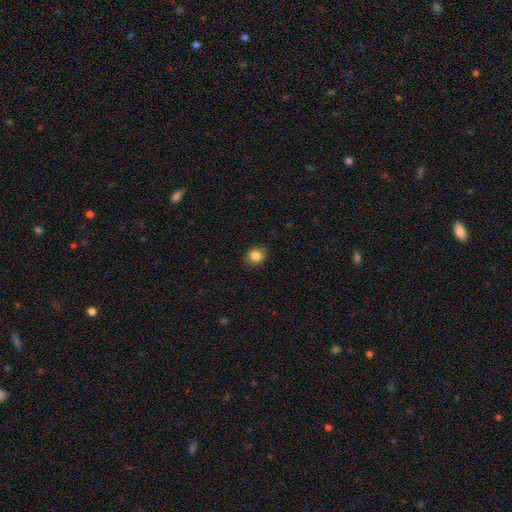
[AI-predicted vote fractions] A smooth galaxy with no disk features (85%) that is round (59%).

Vote fractions:
- Smooth or featured? smooth: 85% / star or artifact: 10% / featured or disk: 5%
- How rounded? round: 59% / in between: 40% / cigar-shaped: 1%
- Merging? none: 86% / minor disturbance: 10% / major disturbance: 2% / merger: 1%